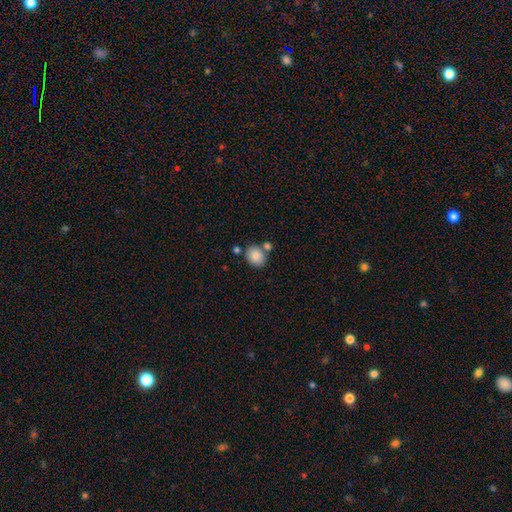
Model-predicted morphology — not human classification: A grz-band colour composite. It shows a smooth galaxy with no disk features (85%) that is round (53%). Merging: none (66%).